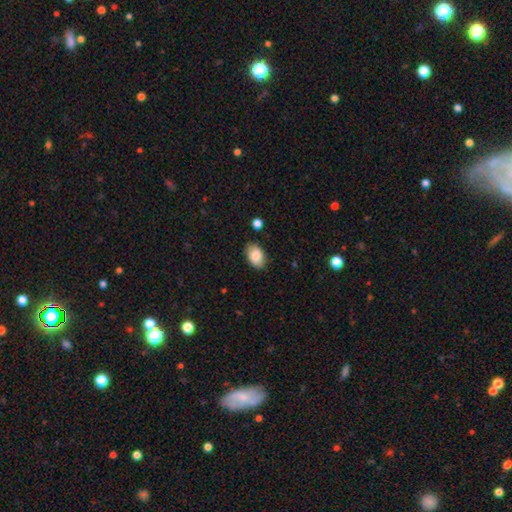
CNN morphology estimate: This is clearly a smooth galaxy (85%). How rounded: clearly in between (91%). Merging: clearly none (85%).